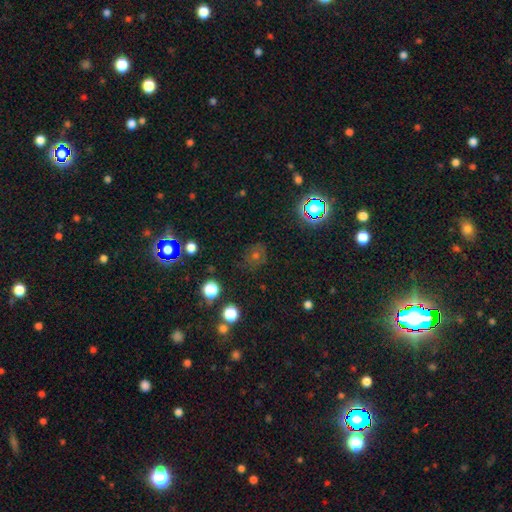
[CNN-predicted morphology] Smooth or featured?
  - star or artifact: 44% *
  - smooth: 42%
  - featured or disk: 14%